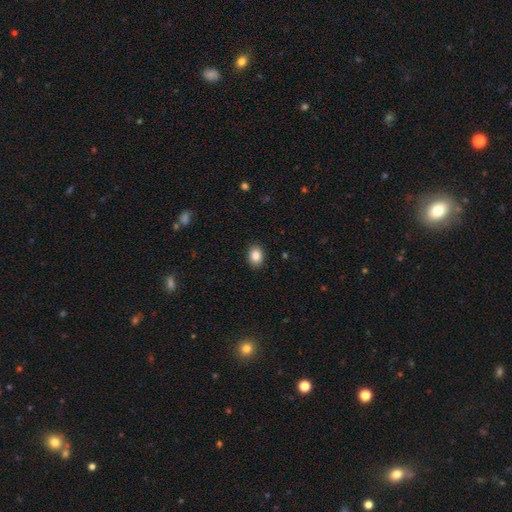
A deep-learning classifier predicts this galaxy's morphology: type=smooth (86%); roundness=in between (60%); merging=none (90%).